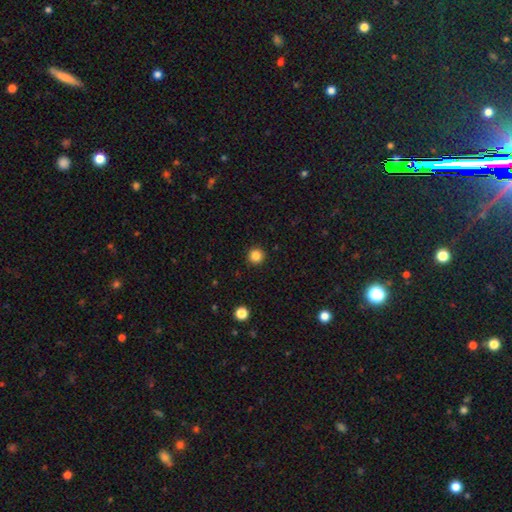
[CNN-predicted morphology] smooth 85%, star or artifact 11%, featured or disk 3%. Down the decision tree: how rounded — round (96%); merging — none (92%).